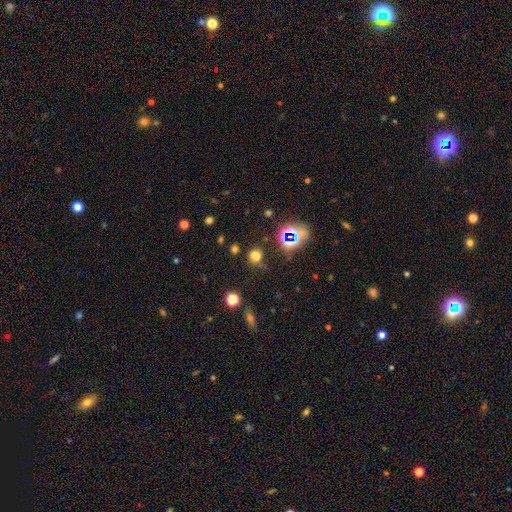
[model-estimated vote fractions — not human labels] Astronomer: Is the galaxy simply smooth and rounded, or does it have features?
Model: smooth — 61%.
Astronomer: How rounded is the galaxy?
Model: round — 79%.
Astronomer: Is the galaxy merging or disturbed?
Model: none — 73%.